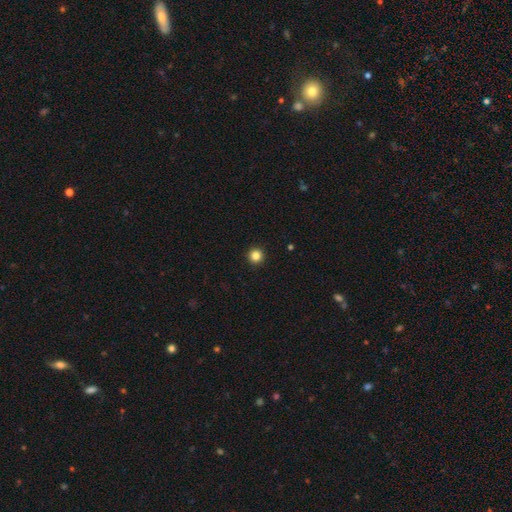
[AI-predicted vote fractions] Overall: smooth (84%). How rounded: round (96%). Merging: none (94%).